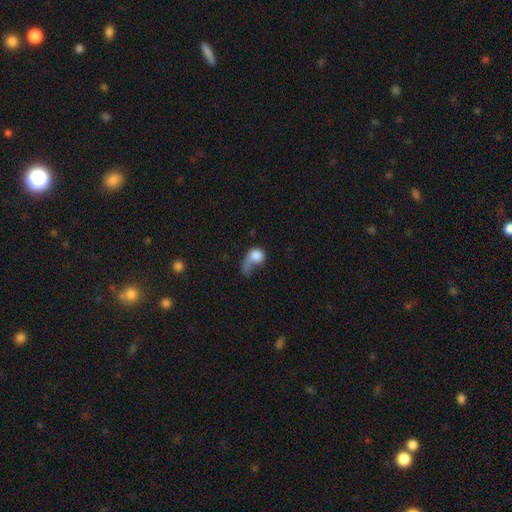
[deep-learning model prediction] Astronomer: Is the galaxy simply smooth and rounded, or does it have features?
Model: smooth — 69%.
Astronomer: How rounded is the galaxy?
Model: round — 61% (runner-up: in between, 37%).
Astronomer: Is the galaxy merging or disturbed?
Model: major disturbance — 53%.